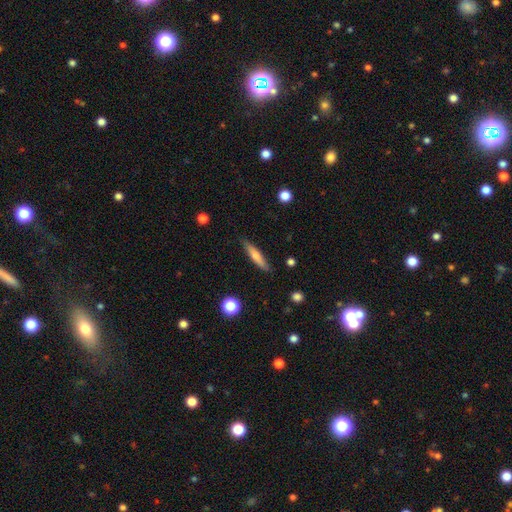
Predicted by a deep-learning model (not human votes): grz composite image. It shows a smooth galaxy with no disk features (56%) that is cigar-shaped (87%). Merging: none (87%).